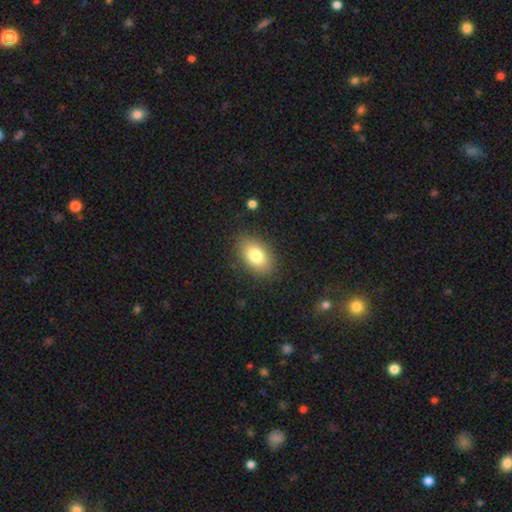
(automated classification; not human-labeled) Overall: smooth (80%). How rounded: in between (87%). Merging: none (85%).